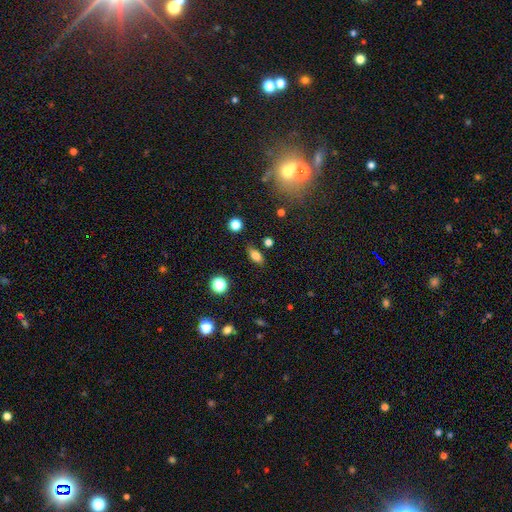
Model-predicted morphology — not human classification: The model was most divided on "smooth or featured": smooth: 79%, star or artifact: 11%, featured or disk: 10%. More confident: how rounded — in between (83%); merging — none (82%).